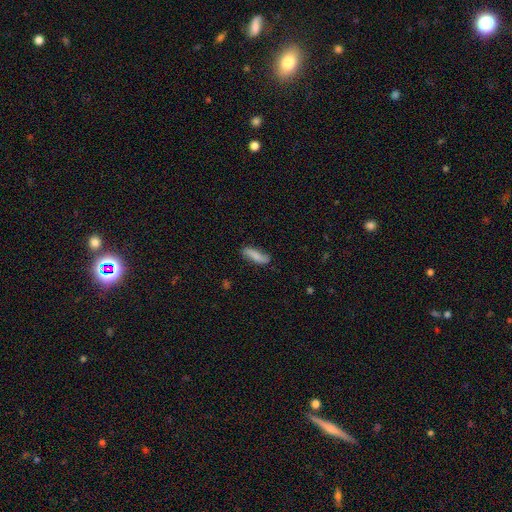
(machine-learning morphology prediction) Smooth or featured? smooth (70%)
How rounded? cigar-shaped (52%)
Merging? none (74%)